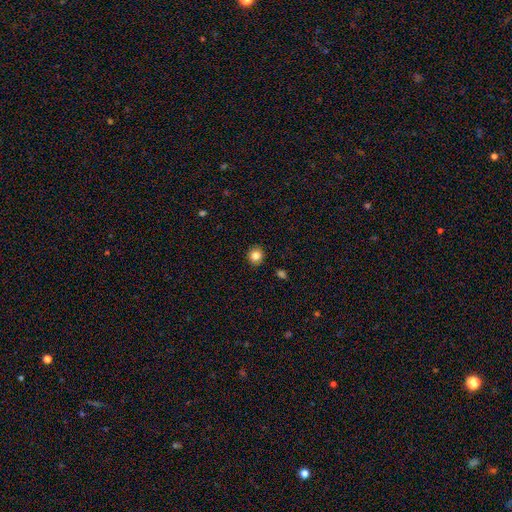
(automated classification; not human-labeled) Morphology: type=smooth (83%); roundness=round (79%); merging=none (91%).